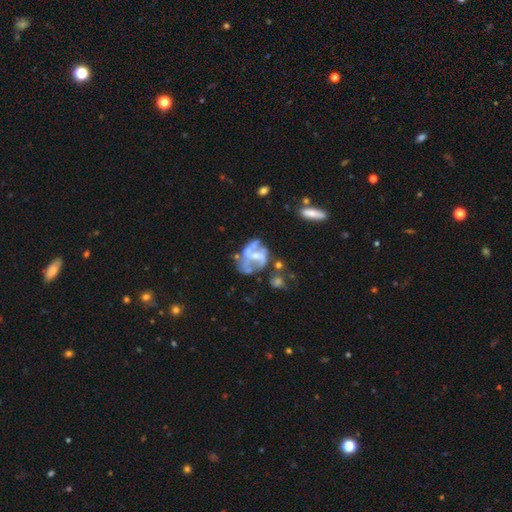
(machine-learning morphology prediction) A featured or disk galaxy (71%) with no bar (55%), no spiral arms (58%) and a moderate central bulge (40%).

Vote fractions:
- Smooth or featured? featured or disk: 71% / smooth: 19% / star or artifact: 9%
- Edge-on disk? no: 98% / yes: 2%
- Bar? no: 55% / weak: 32% / strong: 13%
- Spiral arms? no: 58% / yes: 42%
- Bulge size? moderate: 40% / small: 36% / none: 19% / large: 4% / dominant: 1%
- Merging? none: 34% / major disturbance: 26% / merger: 20% / minor disturbance: 20%